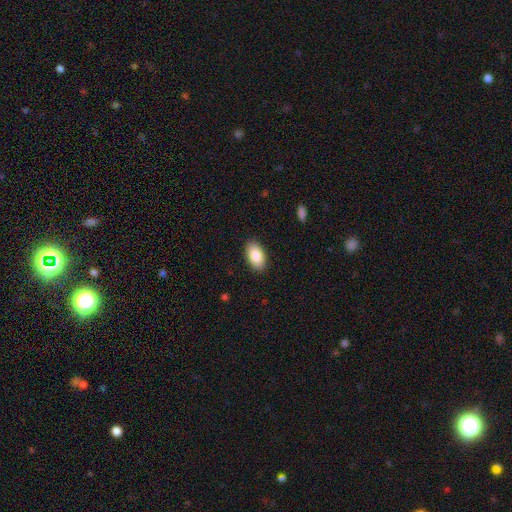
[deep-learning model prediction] A smooth galaxy with no disk features (87%) that is in between round and cigar-shaped (95%). Merging: none (89%).